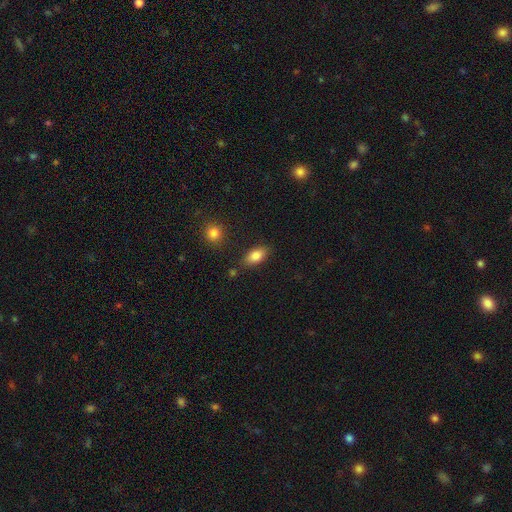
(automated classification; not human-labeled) Morphology: type=smooth (83%); roundness=in between (88%); merging=none (79%).